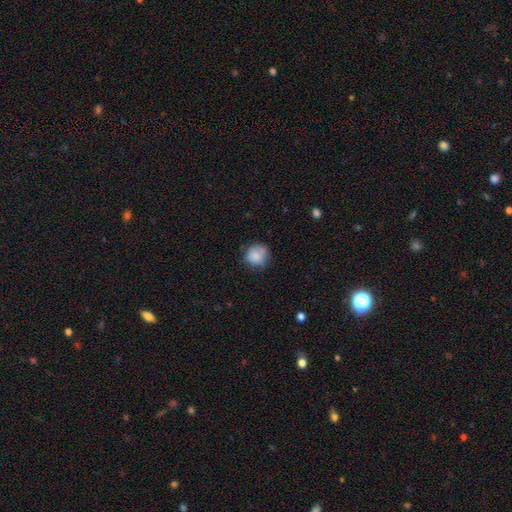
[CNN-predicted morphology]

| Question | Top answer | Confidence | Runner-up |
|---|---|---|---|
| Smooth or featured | smooth | 80% | featured or disk (11%) |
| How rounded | round | 86% | in between (13%) |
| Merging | none | 64% | minor disturbance (25%) |